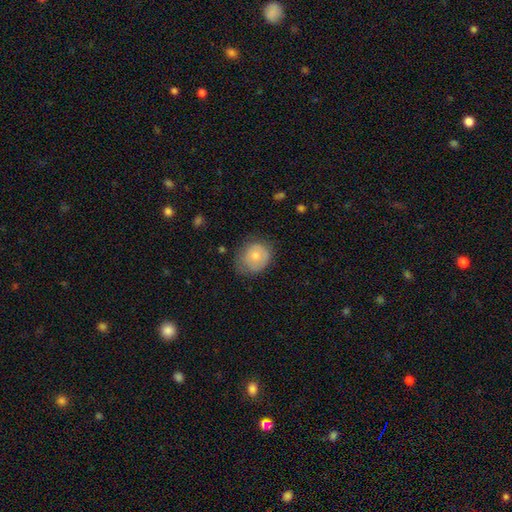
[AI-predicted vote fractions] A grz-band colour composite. It shows a smooth galaxy with no disk features (72%) that is round (69%). Merging: none (58%).